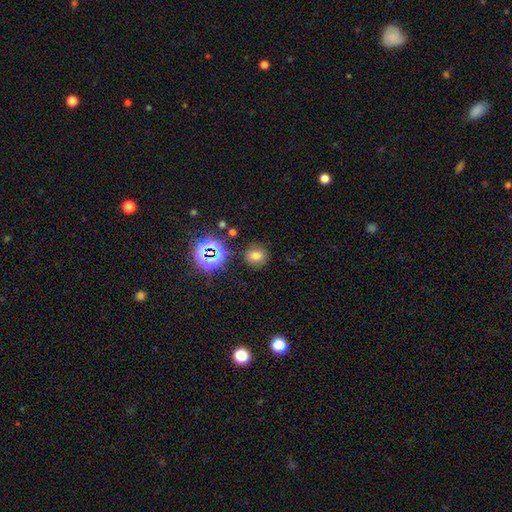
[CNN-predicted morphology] Overall: smooth (67%). How rounded: round (84%). Merging: none (83%).